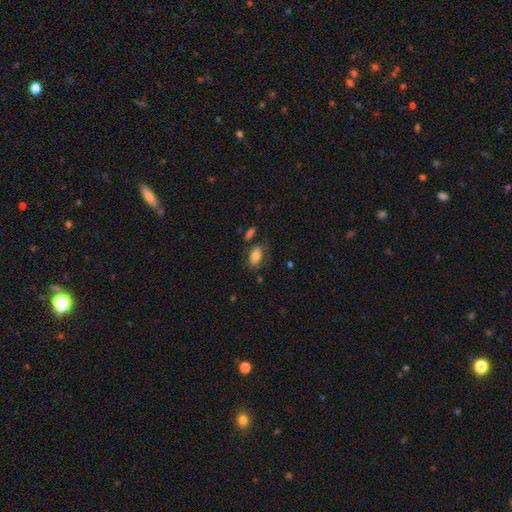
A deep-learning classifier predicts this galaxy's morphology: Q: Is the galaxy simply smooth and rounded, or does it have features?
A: smooth — 75%.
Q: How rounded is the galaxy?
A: in between — 89%.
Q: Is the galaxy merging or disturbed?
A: none — 62%.